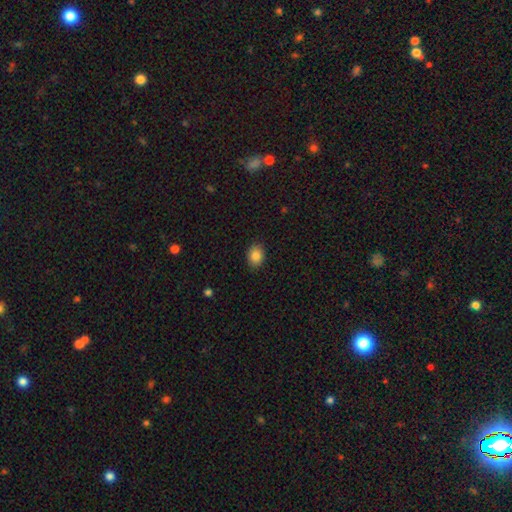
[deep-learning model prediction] smooth-or-featured: smooth: 86% | star or artifact: 9% | featured or disk: 6%
  how-rounded: in between: 63% | round: 36% | cigar-shaped: 1%
  merging: none: 88% | minor disturbance: 9% | major disturbance: 2% | merger: 1%